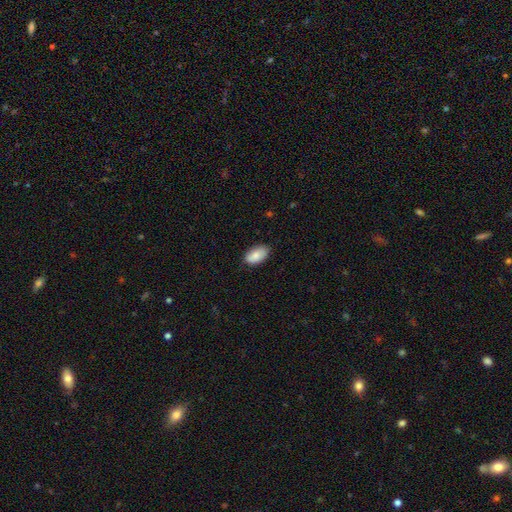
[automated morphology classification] A smooth galaxy with no disk features (83%) that is in between round and cigar-shaped (94%).

Vote fractions:
- Smooth or featured? smooth: 83% / featured or disk: 11% / star or artifact: 6%
- How rounded? in between: 94% / round: 4% / cigar-shaped: 2%
- Merging? none: 80% / minor disturbance: 16% / major disturbance: 2% / merger: 1%